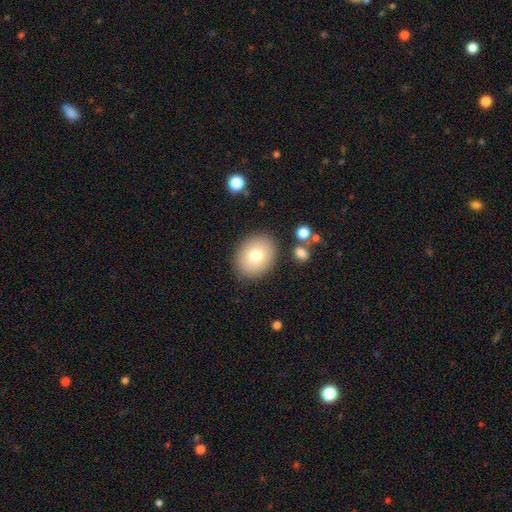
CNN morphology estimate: This appears to be a smooth galaxy with no disk features (75%) that is round (51%). Merging: none (85%).